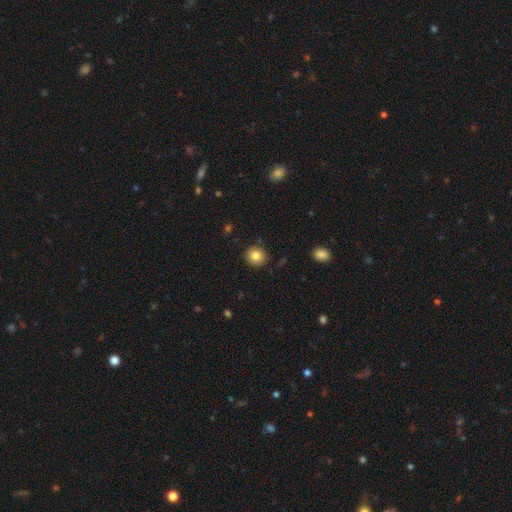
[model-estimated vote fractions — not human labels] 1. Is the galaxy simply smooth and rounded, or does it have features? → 83% smooth, 10% star or artifact, 7% featured or disk.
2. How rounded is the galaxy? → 91% round, 8% in between, 1% cigar-shaped.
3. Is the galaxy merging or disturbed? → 88% none, 9% minor disturbance, 2% major disturbance, 2% merger.